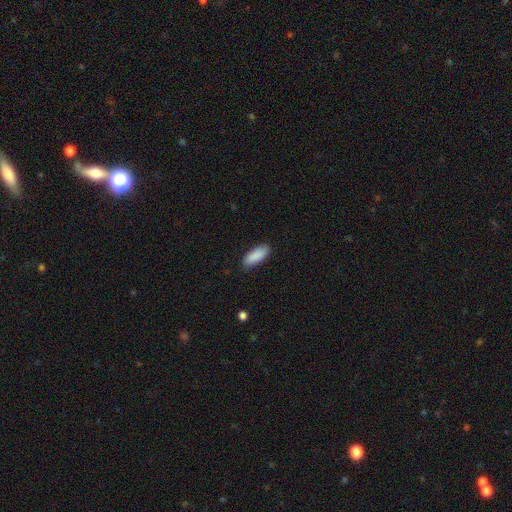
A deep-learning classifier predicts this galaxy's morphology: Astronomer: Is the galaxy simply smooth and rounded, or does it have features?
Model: smooth — 89%.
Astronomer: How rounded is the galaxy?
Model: in between — 73%.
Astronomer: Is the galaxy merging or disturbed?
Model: none — 85%.